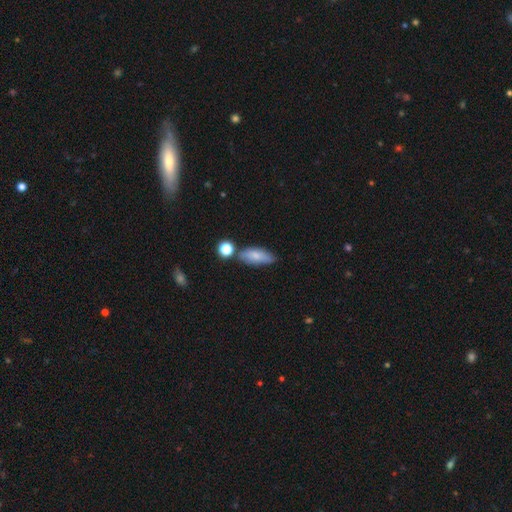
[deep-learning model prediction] smooth 76%, featured or disk 16%, star or artifact 8%. Down the decision tree: how rounded — in between (72%); merging — none (64%).